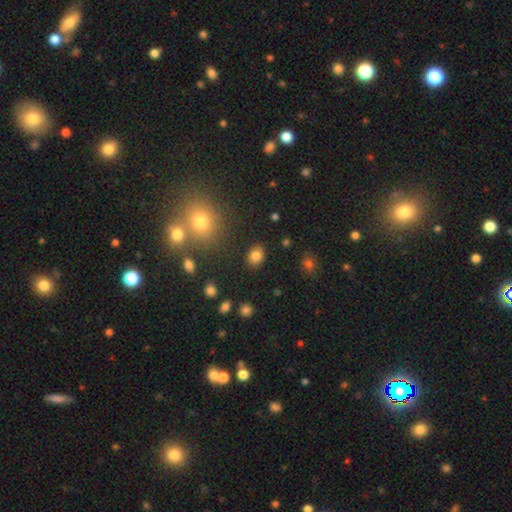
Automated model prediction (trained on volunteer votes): Smooth or featured? smooth (82%)
How rounded? in between (58%)
Merging? none (85%)